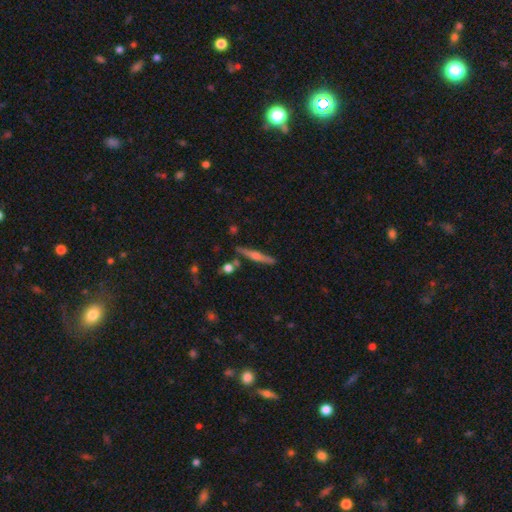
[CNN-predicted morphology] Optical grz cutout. It shows a featured or disk galaxy (68%) viewed edge-on (97%) with a rounded central bulge (82%). Merging: none (86%).